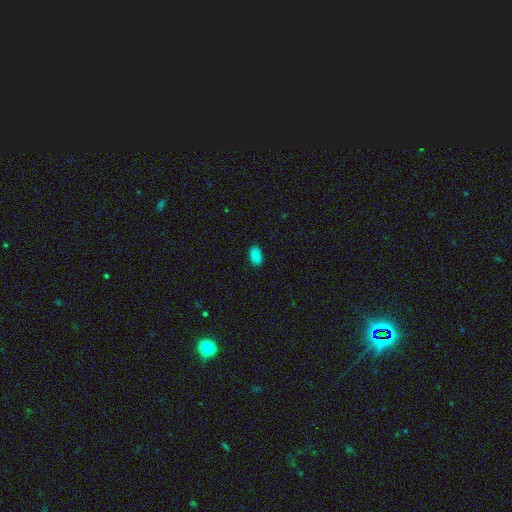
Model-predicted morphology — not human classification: This appears to be a smooth galaxy with no disk features (87%) that is in between round and cigar-shaped (93%). Merging: none (88%).